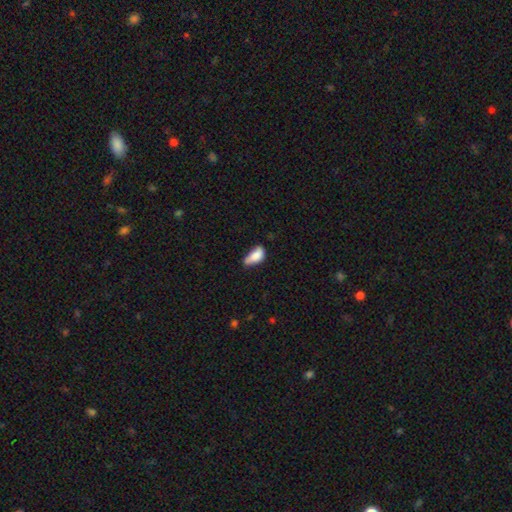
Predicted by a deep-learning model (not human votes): A smooth galaxy with no disk features (80%) that is in between round and cigar-shaped (88%). Merging: minor disturbance (43%).